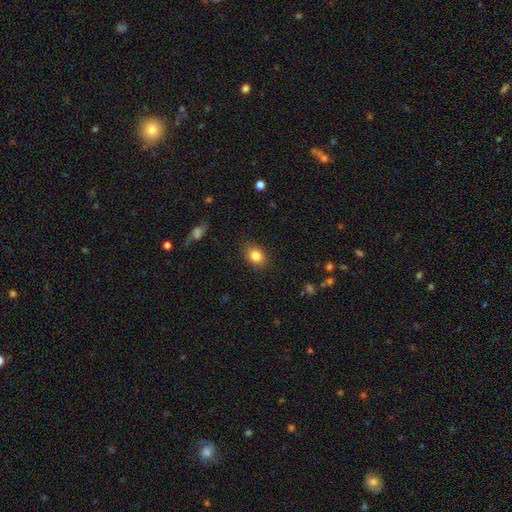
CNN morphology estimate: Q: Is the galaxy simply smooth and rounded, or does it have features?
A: smooth — 84%.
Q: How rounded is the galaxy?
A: in between — 64%.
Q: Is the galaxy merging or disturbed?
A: none — 85%.